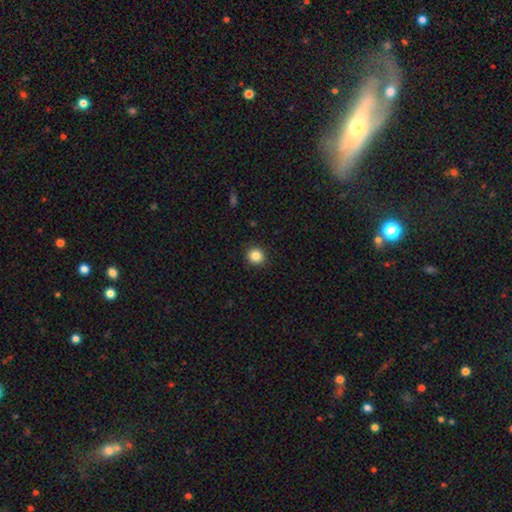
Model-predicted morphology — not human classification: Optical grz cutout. It shows a smooth galaxy with no disk features (85%) that is round (90%). Merging: none (92%).